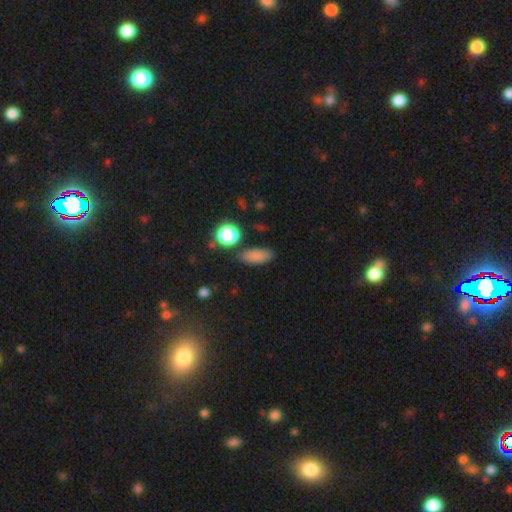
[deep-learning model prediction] The model was most divided on "how rounded": in between: 70%, cigar-shaped: 20%, round: 10%. More confident: smooth or featured — smooth (81%); merging — none (80%).